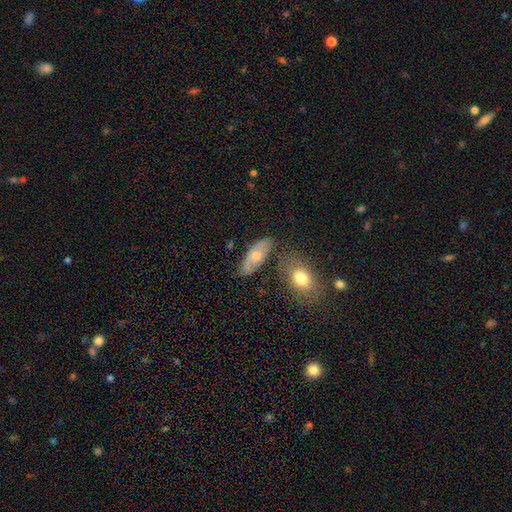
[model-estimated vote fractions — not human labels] Q: Smooth or featured?
A: smooth (61%); runner-up: featured or disk (32%)
Q: How rounded?
A: in between (78%); runner-up: cigar-shaped (18%)
Q: Merging?
A: none (63%); runner-up: minor disturbance (21%)